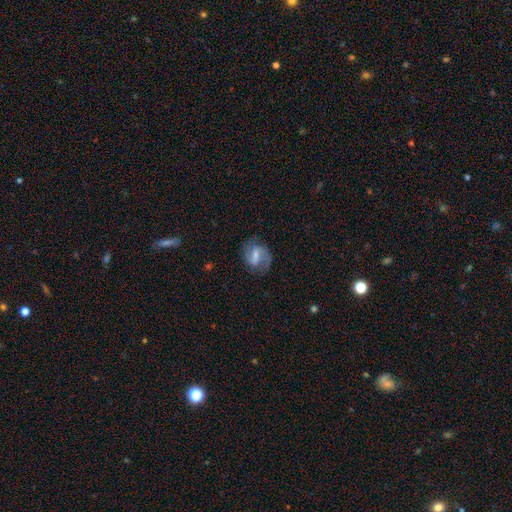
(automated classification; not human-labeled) A featured or disk galaxy (61%) with a weak bar (46%), spiral arms (81%) and a moderate central bulge (38%). Merging: none (64%).